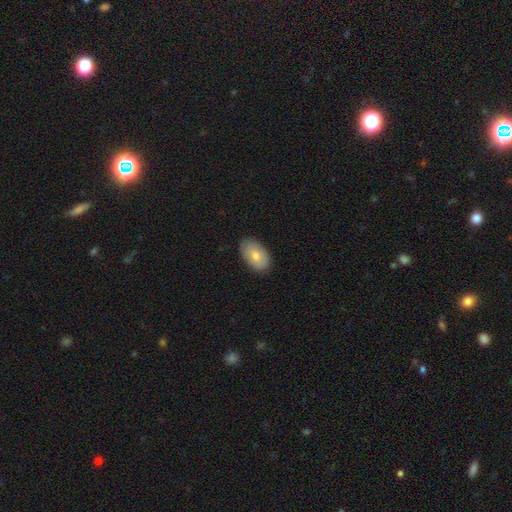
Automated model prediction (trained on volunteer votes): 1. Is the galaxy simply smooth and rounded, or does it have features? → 72% smooth, 21% featured or disk, 7% star or artifact.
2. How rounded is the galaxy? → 93% in between, 6% round, 1% cigar-shaped.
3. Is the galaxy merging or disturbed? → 84% none, 13% minor disturbance, 2% major disturbance, 1% merger.